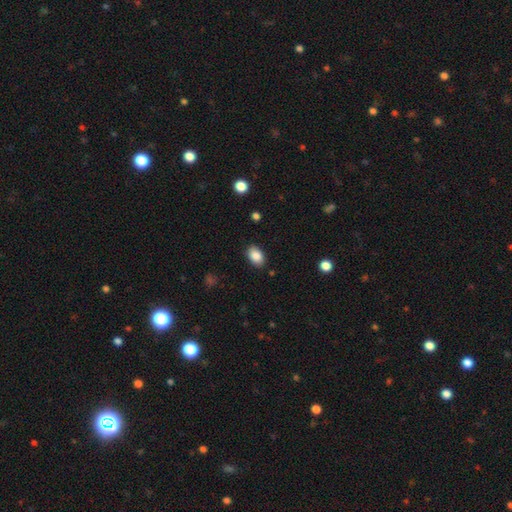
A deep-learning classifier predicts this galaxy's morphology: The model was most divided on "how rounded": in between: 87%, round: 12%, cigar-shaped: 1%. More confident: smooth or featured — smooth (88%); merging — none (86%).